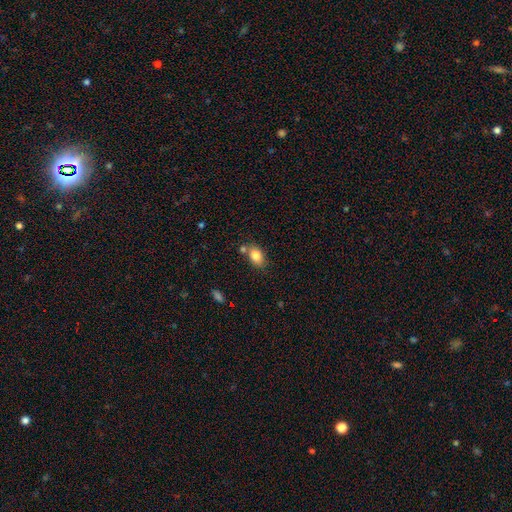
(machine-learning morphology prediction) A smooth galaxy with no disk features (82%) that is in between round and cigar-shaped (80%). Merging: none (64%).